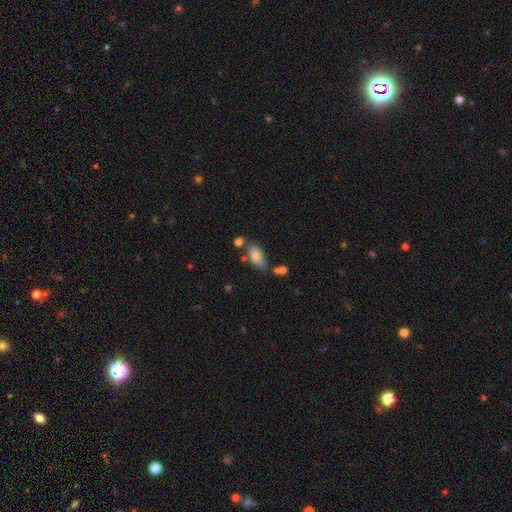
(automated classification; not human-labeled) Morphology: type=smooth (81%); roundness=in between (92%); merging=none (61%).